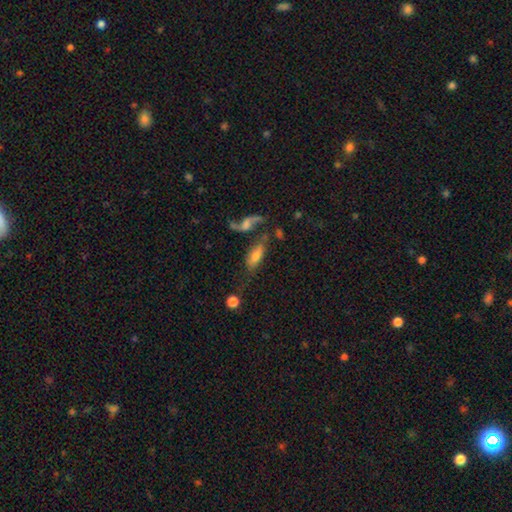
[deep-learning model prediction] This is possibly a smooth galaxy (57%). How rounded: likely in between (76%). Merging: marginally none (44%).